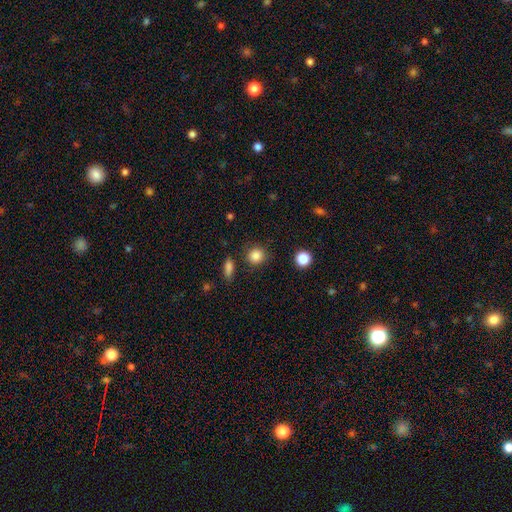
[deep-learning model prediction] A smooth galaxy with no disk features (86%) that is round (88%).

Vote fractions:
- Smooth or featured? smooth: 86% / star or artifact: 10% / featured or disk: 4%
- How rounded? round: 88% / in between: 11% / cigar-shaped: 1%
- Merging? none: 86% / minor disturbance: 8% / major disturbance: 3% / merger: 3%